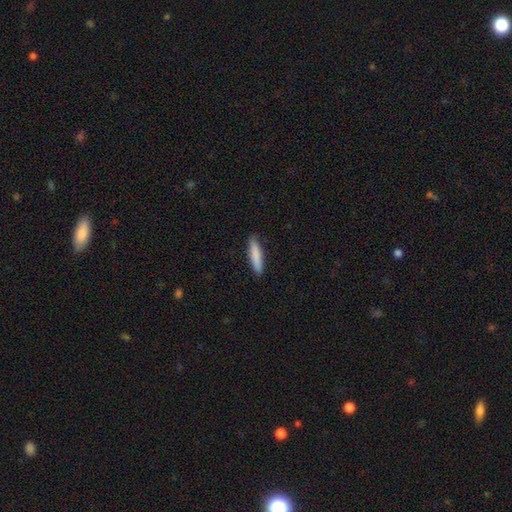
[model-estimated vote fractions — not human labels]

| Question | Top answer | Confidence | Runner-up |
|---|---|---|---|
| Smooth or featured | smooth | 84% | featured or disk (10%) |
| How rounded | cigar-shaped | 84% | in between (15%) |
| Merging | none | 88% | minor disturbance (9%) |